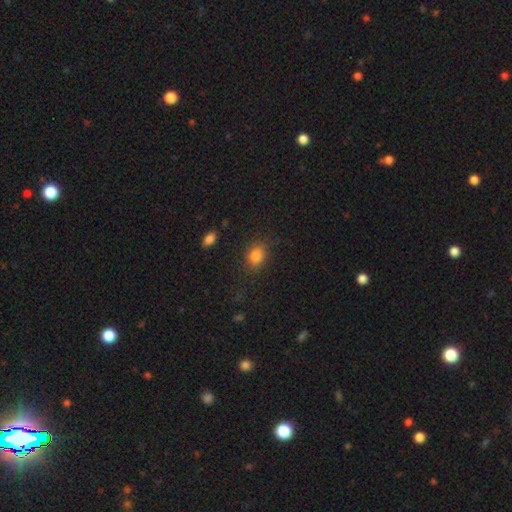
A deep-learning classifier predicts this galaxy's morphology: A smooth galaxy with no disk features (84%) that is in between round and cigar-shaped (67%). Merging: none (81%).